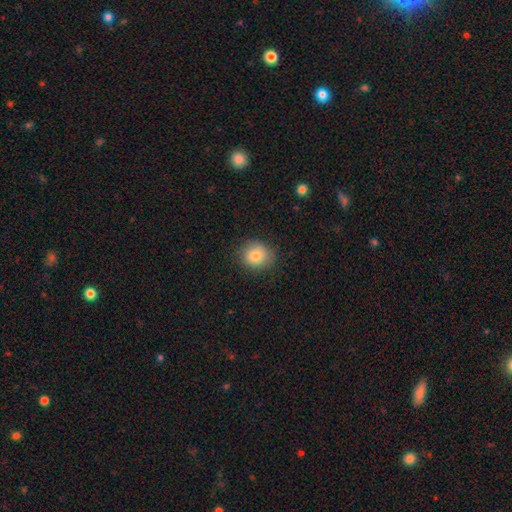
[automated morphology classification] This appears to be a smooth galaxy with no disk features (81%) that is round (80%). Merging: none (84%).